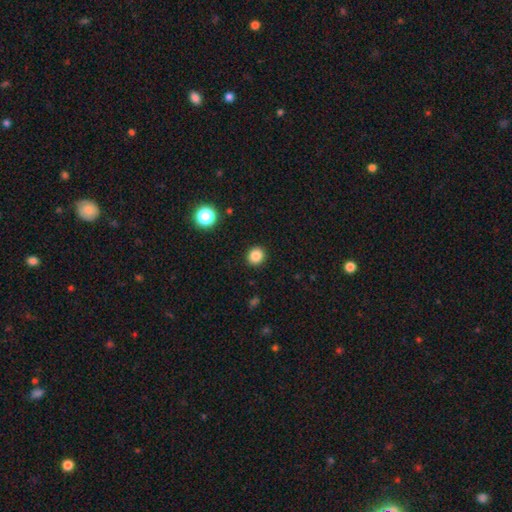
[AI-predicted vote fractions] This appears to be a smooth galaxy with no disk features (85%) that is round (86%). Merging: none (92%).